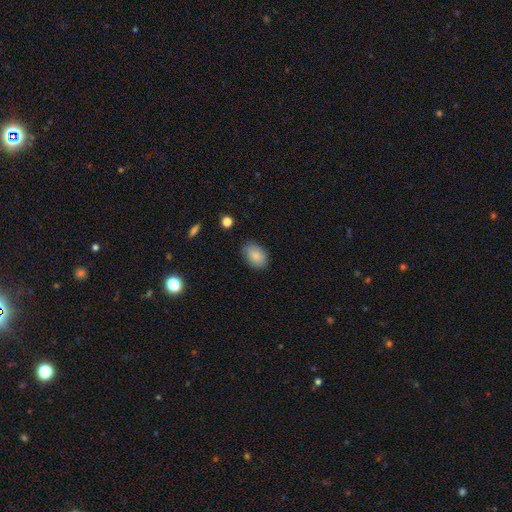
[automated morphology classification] Q: Smooth or featured?
A: smooth (87%); runner-up: star or artifact (8%)
Q: How rounded?
A: in between (84%); runner-up: round (15%)
Q: Merging?
A: none (78%); runner-up: minor disturbance (17%)